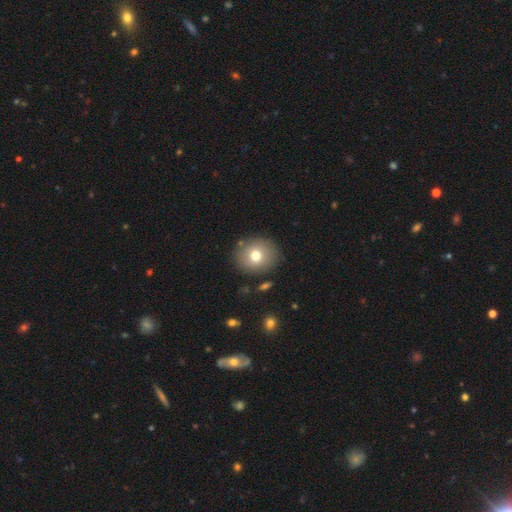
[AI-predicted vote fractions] Smooth or featured: smooth — 74% (featured or disk — 15%)
How rounded: round — 81% (in between — 18%)
Merging: none — 86% (minor disturbance — 8%)